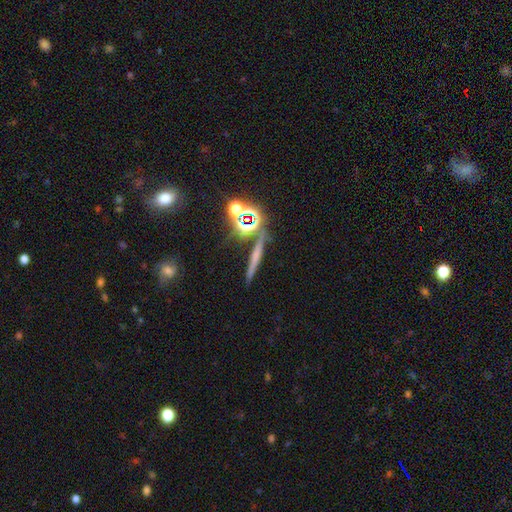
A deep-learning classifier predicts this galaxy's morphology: A smooth galaxy with no disk features (39%).

Vote fractions:
- Smooth or featured? smooth: 39% / featured or disk: 31% / star or artifact: 30%
- Merging? none: 77% / minor disturbance: 10% / merger: 8% / major disturbance: 4%